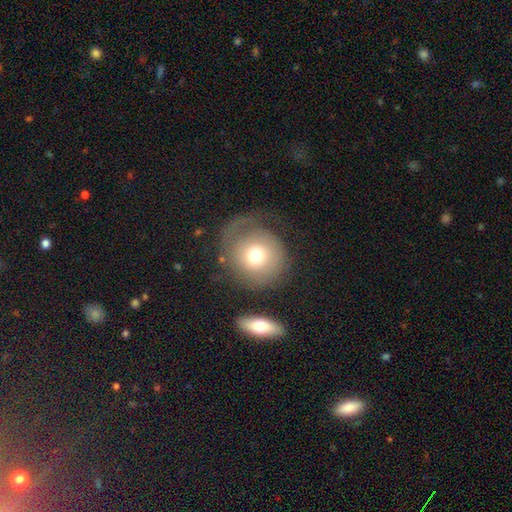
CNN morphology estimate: Smooth or featured? Predicted: smooth (p=0.63). How rounded? Predicted: round (p=0.89). Merging? Predicted: none (p=0.51).